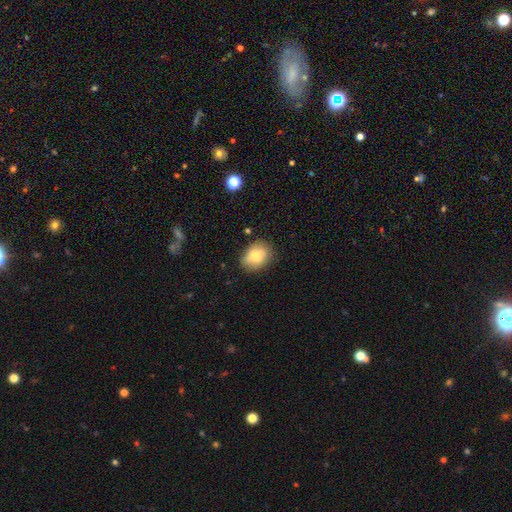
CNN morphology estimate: type=smooth (77%); roundness=in between (55%); merging=none (80%).